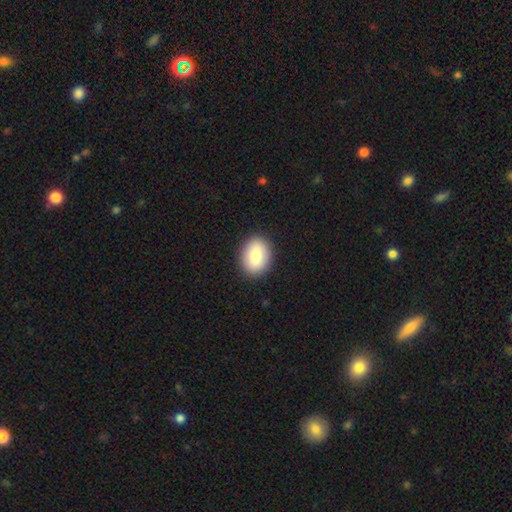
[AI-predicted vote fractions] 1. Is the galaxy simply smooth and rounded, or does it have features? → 85% smooth, 8% featured or disk, 7% star or artifact.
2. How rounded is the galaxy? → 69% in between, 30% round, 1% cigar-shaped.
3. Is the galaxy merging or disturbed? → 89% none, 8% minor disturbance, 2% major disturbance, 1% merger.